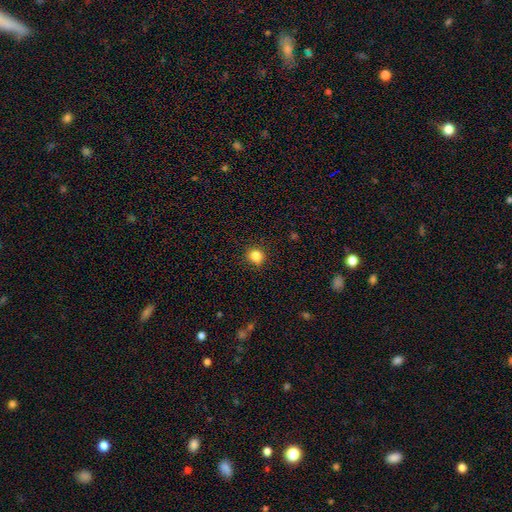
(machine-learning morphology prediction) Smooth or featured? smooth (83%)
How rounded? round (86%)
Merging? none (85%)